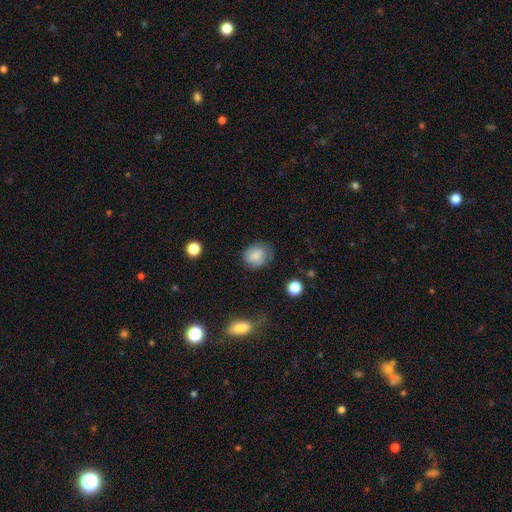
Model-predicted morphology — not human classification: A smooth galaxy with no disk features (79%) that is round (54%). Merging: none (66%).